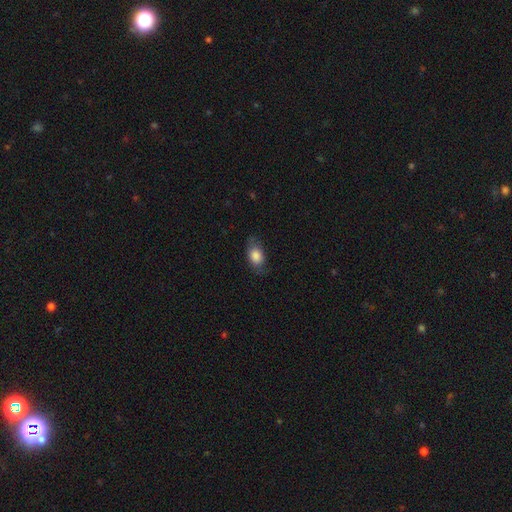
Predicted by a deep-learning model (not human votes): The model was most divided on "merging": none: 71%, minor disturbance: 22%, major disturbance: 6%, merger: 1%. More confident: how rounded — in between (82%); smooth or featured — smooth (82%).